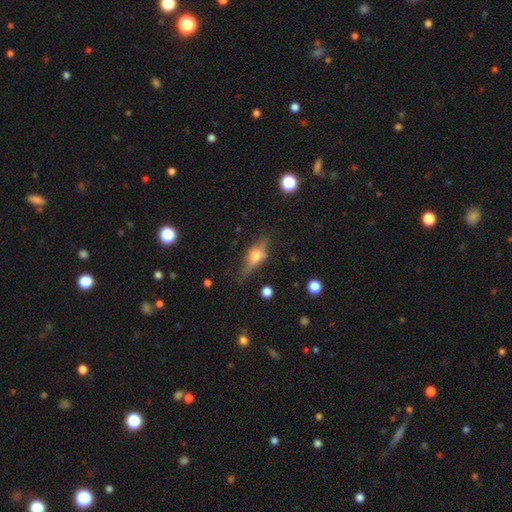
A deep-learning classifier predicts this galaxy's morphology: This appears to be a featured or disk galaxy (60%) viewed edge-on (89%) with a rounded central bulge (91%). Merging: none (70%).